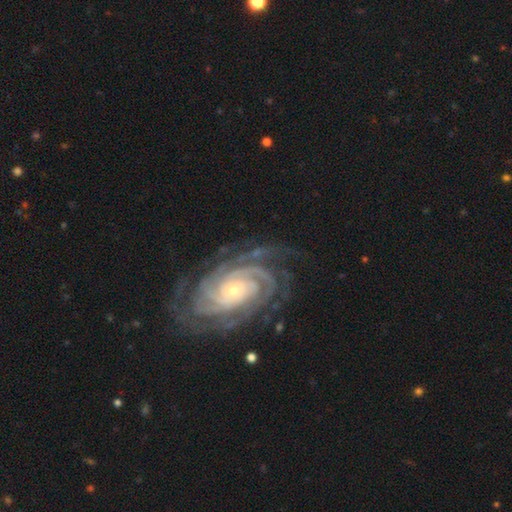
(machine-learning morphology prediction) The model was most divided on "spiral arm count": 4: 25%, 3: 19%, can't tell: 18%, more than 4: 17%, 2: 15%, 1: 8%. More confident: spiral arms — yes (99%); edge-on disk — no (97%); smooth or featured — featured or disk (91%); spiral winding — tight (82%); merging — none (78%); bulge size — small (73%); bar — no (70%).